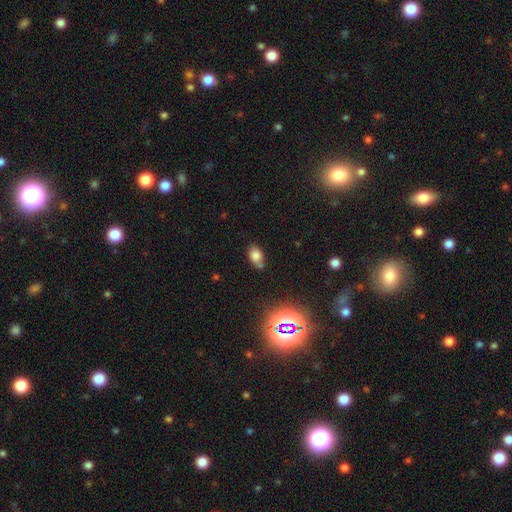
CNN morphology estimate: A smooth galaxy with no disk features (76%) that is in between round and cigar-shaped (78%).

Vote fractions:
- Smooth or featured? smooth: 76% / star or artifact: 15% / featured or disk: 10%
- How rounded? in between: 78% / round: 20% / cigar-shaped: 2%
- Merging? none: 57% / minor disturbance: 22% / merger: 15% / major disturbance: 6%